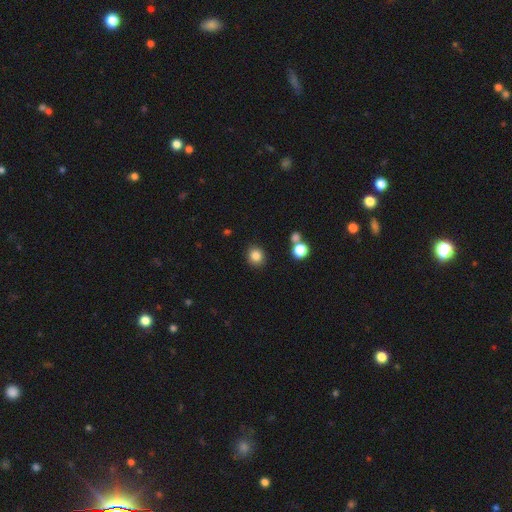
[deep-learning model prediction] A smooth galaxy with no disk features (84%) that is round (84%).

Vote fractions:
- Smooth or featured? smooth: 84% / star or artifact: 11% / featured or disk: 5%
- How rounded? round: 84% / in between: 15% / cigar-shaped: 1%
- Merging? none: 87% / minor disturbance: 7% / merger: 3% / major disturbance: 2%